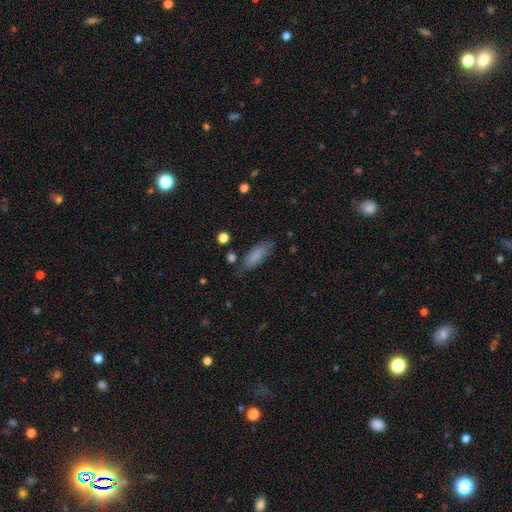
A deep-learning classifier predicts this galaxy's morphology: A smooth galaxy with no disk features (81%) that is in between round and cigar-shaped (73%). Merging: none (66%).